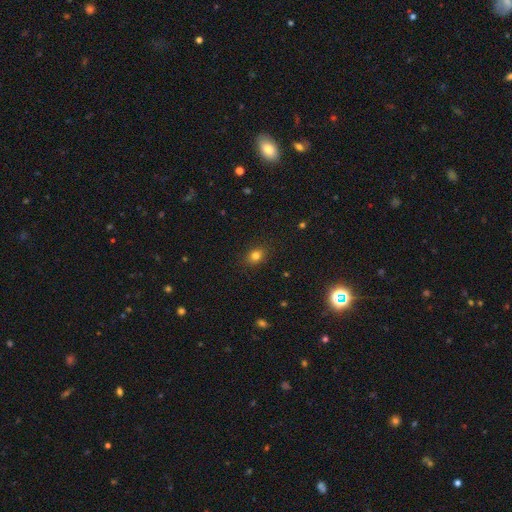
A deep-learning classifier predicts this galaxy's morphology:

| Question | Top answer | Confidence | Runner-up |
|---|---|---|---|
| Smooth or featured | smooth | 80% | star or artifact (13%) |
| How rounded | in between | 51% | round (48%) |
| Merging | none | 87% | minor disturbance (9%) |